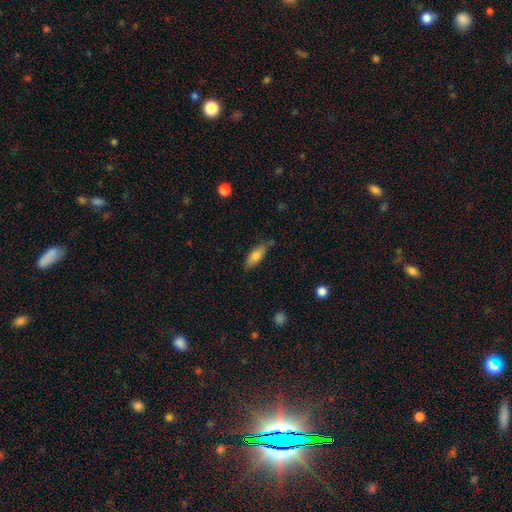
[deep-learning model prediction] A smooth galaxy with no disk features (78%) that is in between round and cigar-shaped (74%). Merging: none (73%).